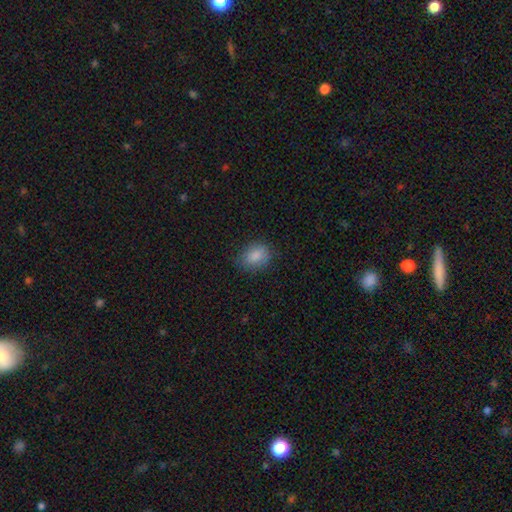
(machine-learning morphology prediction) smooth-or-featured: smooth: 85% | star or artifact: 8% | featured or disk: 6%
  how-rounded: in between: 70% | round: 29% | cigar-shaped: 1%
  merging: none: 78% | minor disturbance: 17% | major disturbance: 4% | merger: 1%